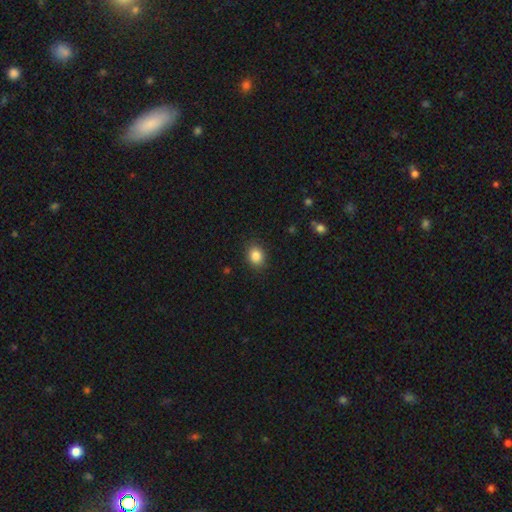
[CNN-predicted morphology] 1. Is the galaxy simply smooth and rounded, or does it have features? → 86% smooth, 10% star or artifact, 5% featured or disk.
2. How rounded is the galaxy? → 54% round, 45% in between, 1% cigar-shaped.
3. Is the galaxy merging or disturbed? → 87% none, 9% minor disturbance, 2% major disturbance, 1% merger.